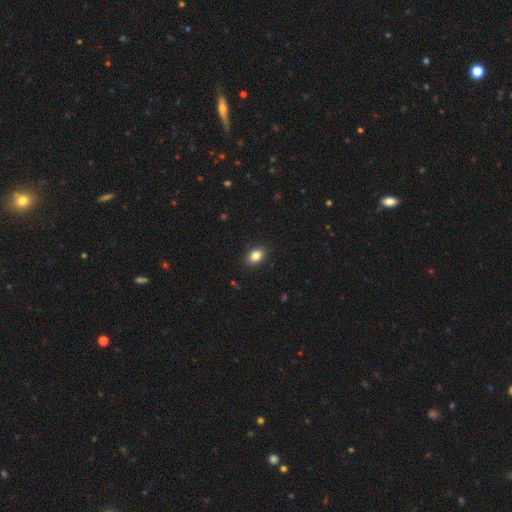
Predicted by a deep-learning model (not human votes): Morphology: type=smooth (84%); roundness=in between (78%); merging=none (89%).